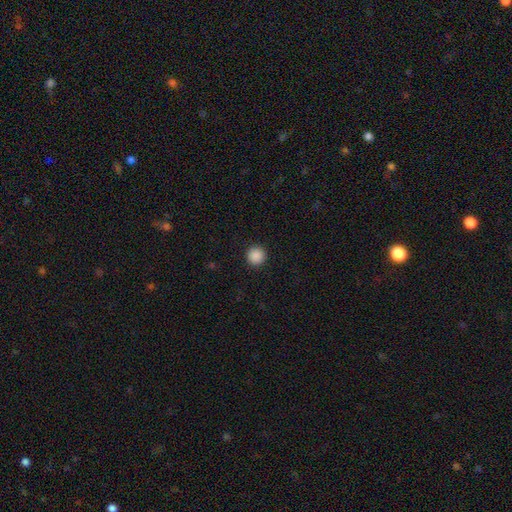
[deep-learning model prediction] smooth-or-featured: smooth: 89% | star or artifact: 9% | featured or disk: 2%
  how-rounded: round: 96% | in between: 3% | cigar-shaped: 1%
  merging: none: 93% | minor disturbance: 4% | major disturbance: 2% | merger: 1%